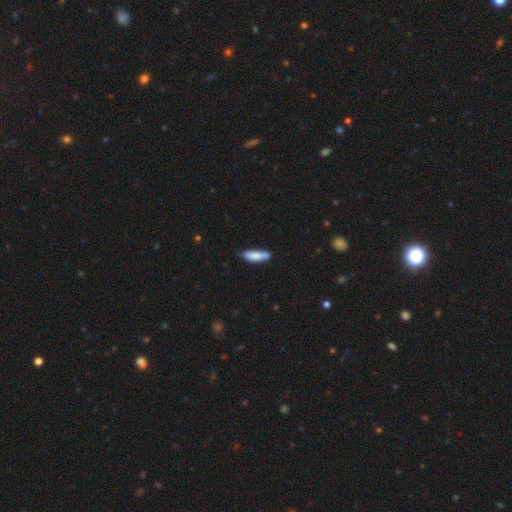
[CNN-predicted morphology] Smooth or featured? Predicted: smooth (p=0.80). How rounded? Predicted: cigar-shaped (p=0.58). Merging? Predicted: none (p=0.66).